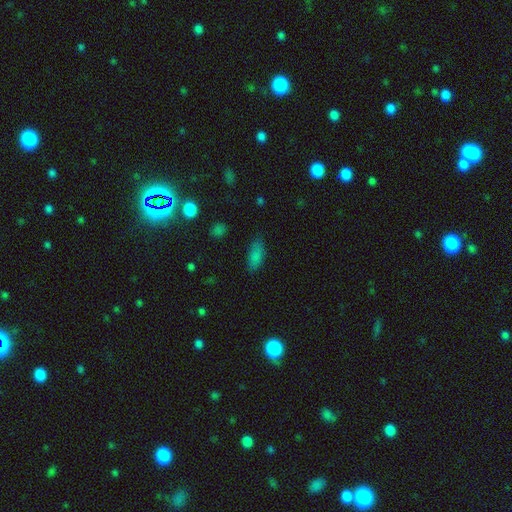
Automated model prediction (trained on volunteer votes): smooth-or-featured: smooth: 83% | star or artifact: 11% | featured or disk: 7%
  how-rounded: in between: 84% | cigar-shaped: 14% | round: 3%
  merging: none: 79% | minor disturbance: 16% | major disturbance: 4% | merger: 2%